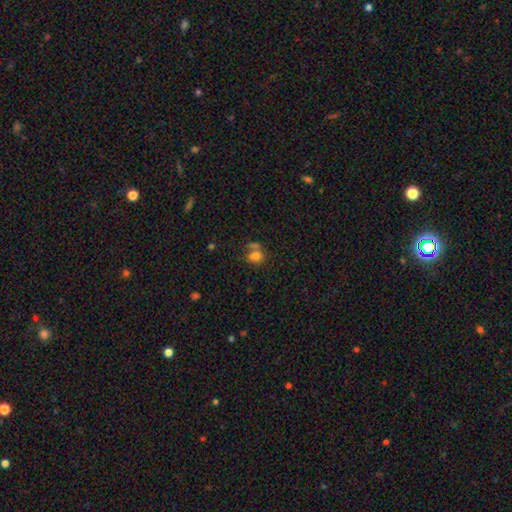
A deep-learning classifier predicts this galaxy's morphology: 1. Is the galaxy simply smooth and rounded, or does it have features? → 76% smooth, 12% star or artifact, 11% featured or disk.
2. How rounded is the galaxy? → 66% round, 33% in between, 1% cigar-shaped.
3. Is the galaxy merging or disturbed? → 46% none, 32% merger, 14% minor disturbance, 8% major disturbance.